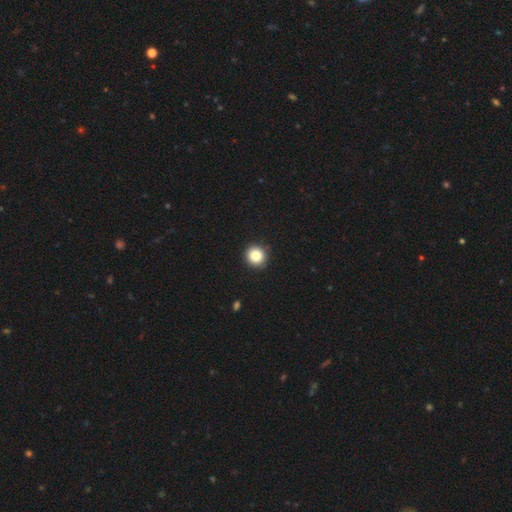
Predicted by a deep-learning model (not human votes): Smooth or featured? Predicted: smooth (p=0.83). How rounded? Predicted: round (p=0.93). Merging? Predicted: none (p=0.91).